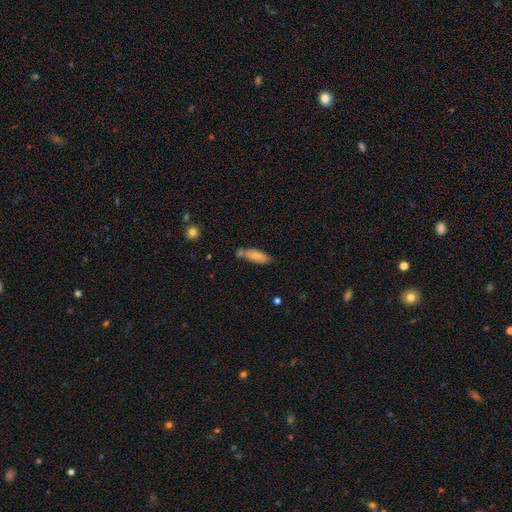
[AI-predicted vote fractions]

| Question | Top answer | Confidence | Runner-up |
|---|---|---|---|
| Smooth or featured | smooth | 77% | featured or disk (17%) |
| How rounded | in between | 64% | cigar-shaped (34%) |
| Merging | none | 53% | minor disturbance (23%) |